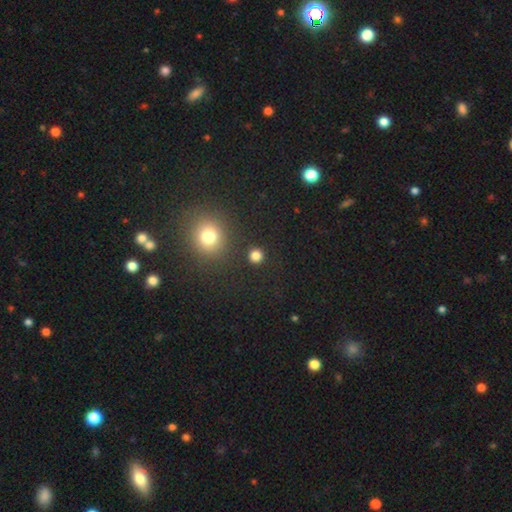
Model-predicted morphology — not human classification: type=smooth (80%); roundness=round (92%); merging=none (90%).